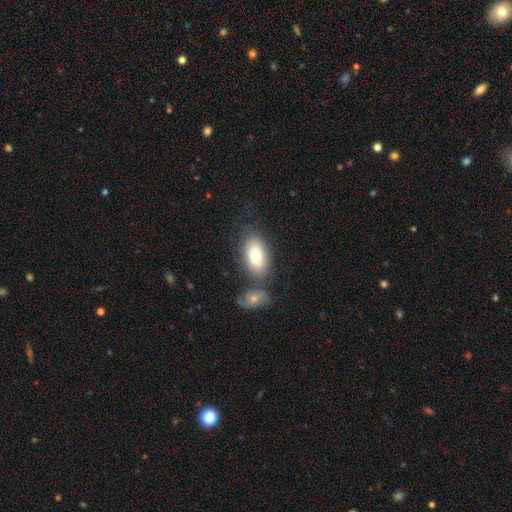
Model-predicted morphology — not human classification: smooth 78%, featured or disk 16%, star or artifact 6%. Down the decision tree: how rounded — in between (93%); merging — none (64%).